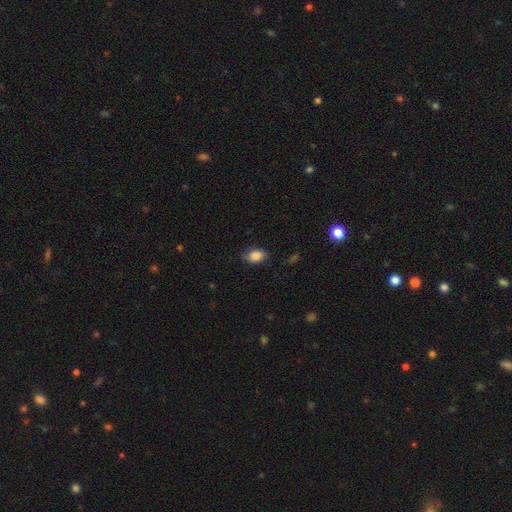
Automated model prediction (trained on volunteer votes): Smooth or featured?
  - smooth: 80% *
  - featured or disk: 11%
  - star or artifact: 8%
How rounded?
  - in between: 80% *
  - round: 19%
  - cigar-shaped: 1%
Merging?
  - none: 66% *
  - minor disturbance: 25%
  - major disturbance: 7%
  - merger: 1%